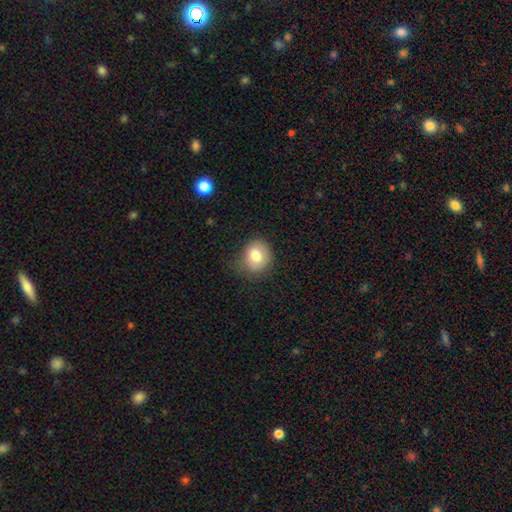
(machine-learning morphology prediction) A smooth galaxy with no disk features (82%) that is round (67%).

Vote fractions:
- Smooth or featured? smooth: 82% / featured or disk: 10% / star or artifact: 9%
- How rounded? round: 67% / in between: 33% / cigar-shaped: 1%
- Merging? none: 67% / minor disturbance: 24% / major disturbance: 7% / merger: 1%